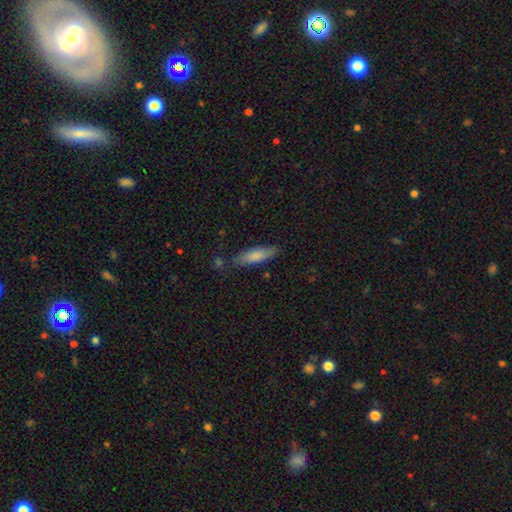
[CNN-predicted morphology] smooth 78%, featured or disk 16%, star or artifact 6%. Down the decision tree: how rounded — cigar-shaped (59%); merging — none (78%).